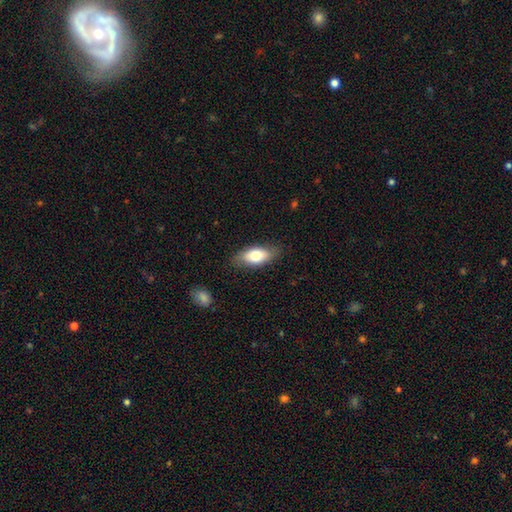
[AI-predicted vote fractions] Overall: smooth (74%). How rounded: in between (86%). Merging: none (82%).